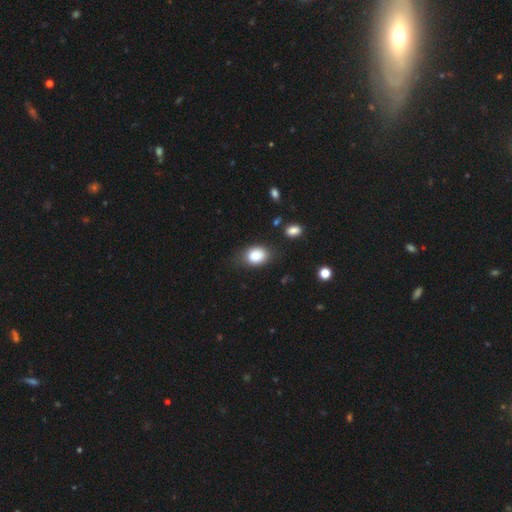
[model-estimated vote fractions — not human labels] Smooth or featured: smooth — 83% (star or artifact — 9%)
How rounded: in between — 69% (round — 30%)
Merging: none — 71% (minor disturbance — 20%)